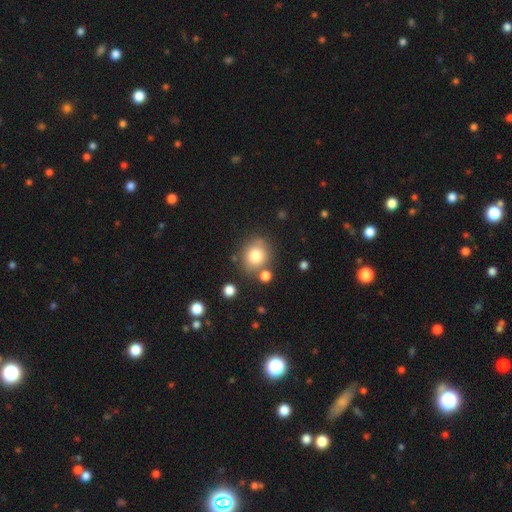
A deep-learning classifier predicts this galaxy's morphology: Smooth or featured? Predicted: smooth (p=0.79). How rounded? Predicted: round (p=0.75). Merging? Predicted: none (p=0.72).